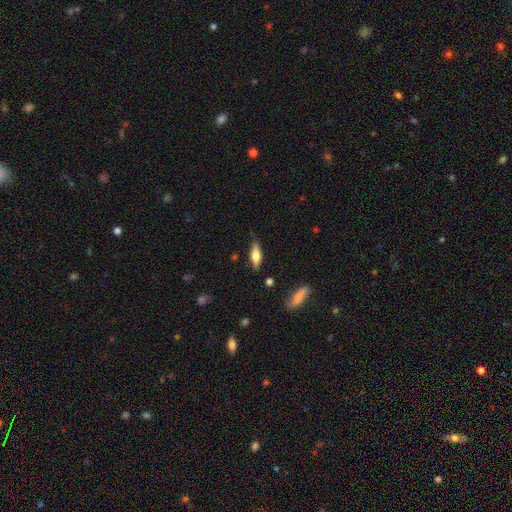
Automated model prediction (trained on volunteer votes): smooth_or_featured: smooth (p=0.60) [alt: featured or disk p=0.34]
how_rounded: in between (p=0.52) [alt: cigar-shaped p=0.46]
merging: none (p=0.78) [alt: minor disturbance p=0.17]